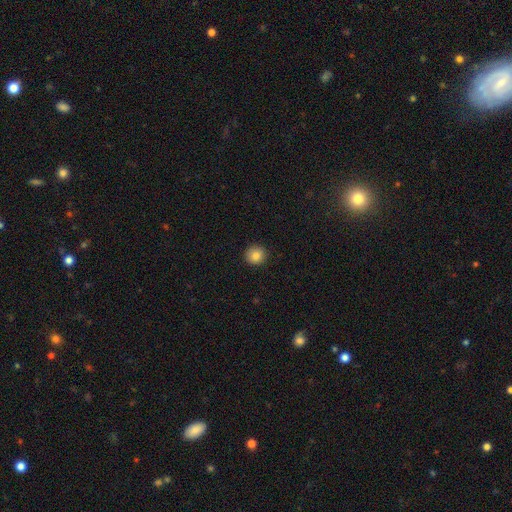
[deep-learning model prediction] The model was most divided on "smooth or featured": smooth: 85%, star or artifact: 10%, featured or disk: 6%. More confident: how rounded — round (92%); merging — none (92%).